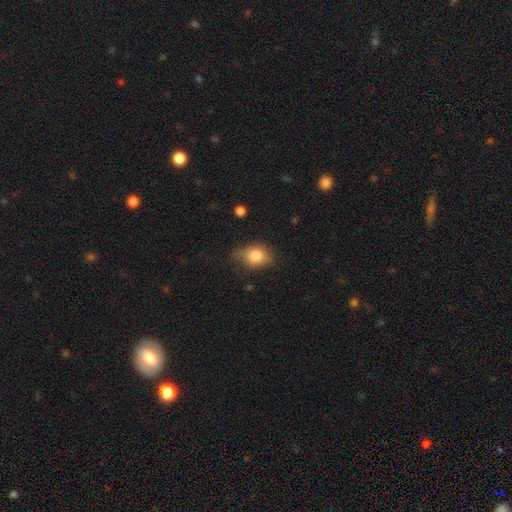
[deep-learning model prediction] Q: Smooth or featured?
A: smooth (80%); runner-up: featured or disk (11%)
Q: How rounded?
A: in between (65%); runner-up: round (34%)
Q: Merging?
A: none (54%); runner-up: minor disturbance (34%)